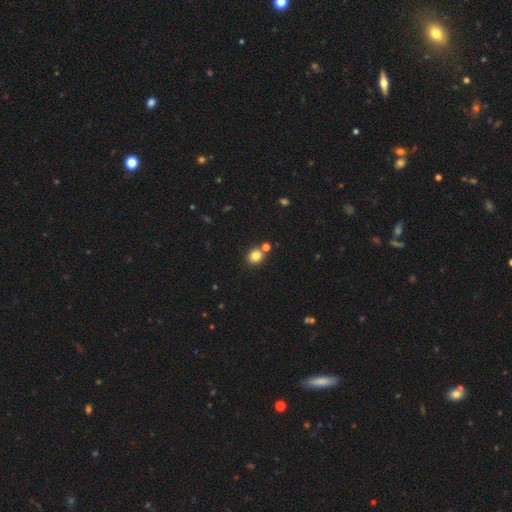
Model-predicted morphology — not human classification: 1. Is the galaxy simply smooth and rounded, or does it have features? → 81% smooth, 12% star or artifact, 6% featured or disk.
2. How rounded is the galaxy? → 77% round, 22% in between, 1% cigar-shaped.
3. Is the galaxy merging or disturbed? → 72% none, 17% merger, 9% minor disturbance, 3% major disturbance.